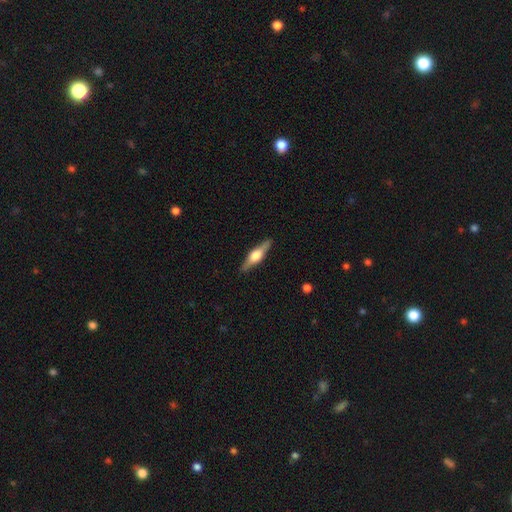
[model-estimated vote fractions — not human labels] This appears to be a featured or disk galaxy (68%) viewed edge-on (97%) with a rounded central bulge (92%). Merging: none (89%).